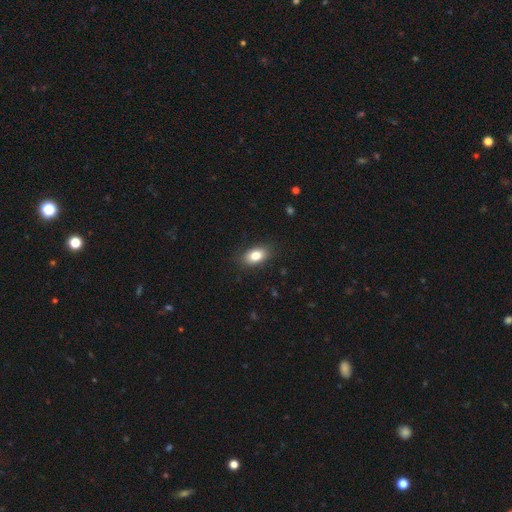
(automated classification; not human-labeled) Morphology: type=smooth (83%); roundness=in between (88%); merging=none (86%).